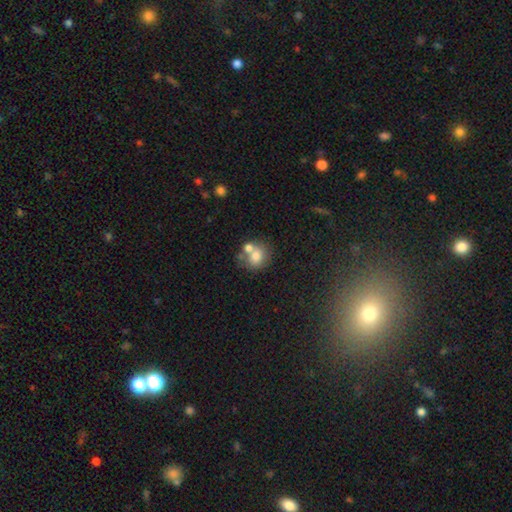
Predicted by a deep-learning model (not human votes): Smooth or featured? smooth (72%)
How rounded? round (75%)
Merging? none (46%)